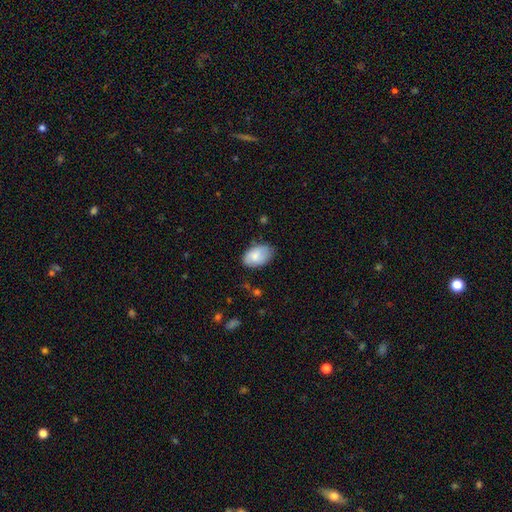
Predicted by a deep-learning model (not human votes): This appears to be a smooth galaxy with no disk features (79%) that is in between round and cigar-shaped (92%). Merging: none (70%).